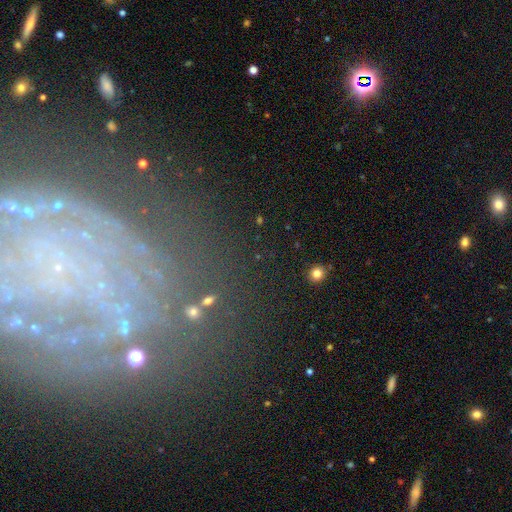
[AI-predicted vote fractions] This is possibly a featured or disk galaxy (52%). It is clearly not viewed edge-on (89%). Merging: likely none (69%).